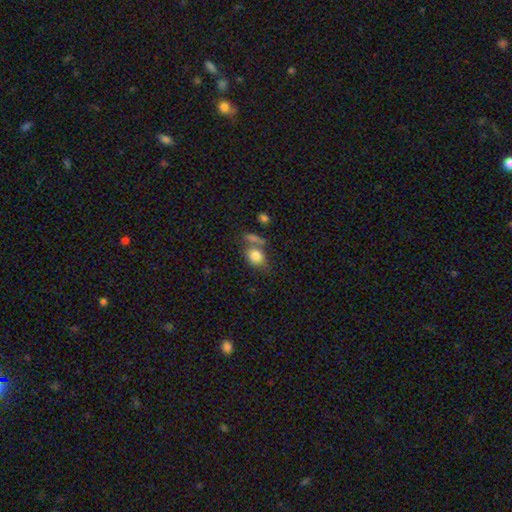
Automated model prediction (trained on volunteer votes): Smooth or featured? smooth (81%)
How rounded? in between (58%)
Merging? none (51%)